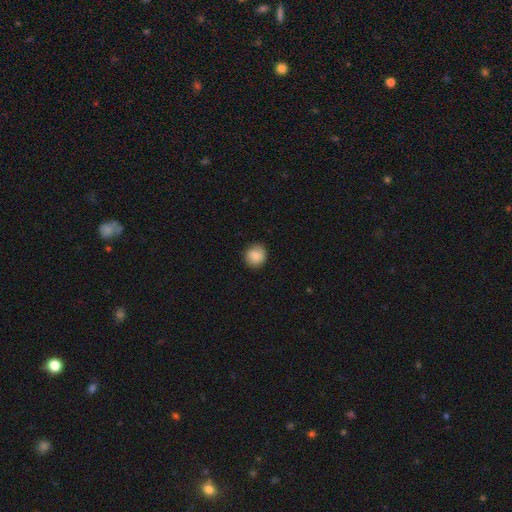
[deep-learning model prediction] Smooth or featured? Predicted: smooth (p=0.86). How rounded? Predicted: round (p=0.89). Merging? Predicted: none (p=0.88).